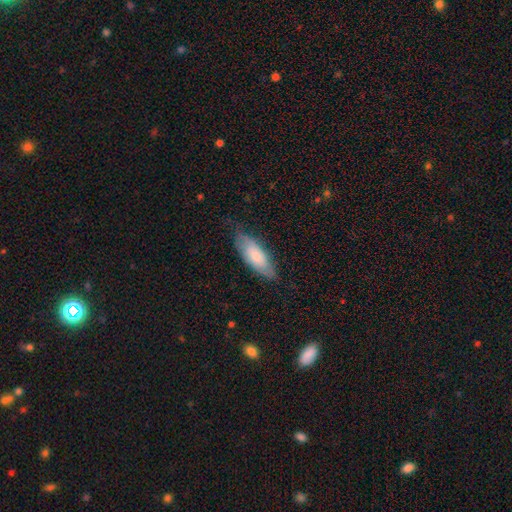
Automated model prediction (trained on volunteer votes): Smooth or featured: smooth — 72% (featured or disk — 22%)
How rounded: in between — 67% (cigar-shaped — 31%)
Merging: none — 74% (minor disturbance — 21%)